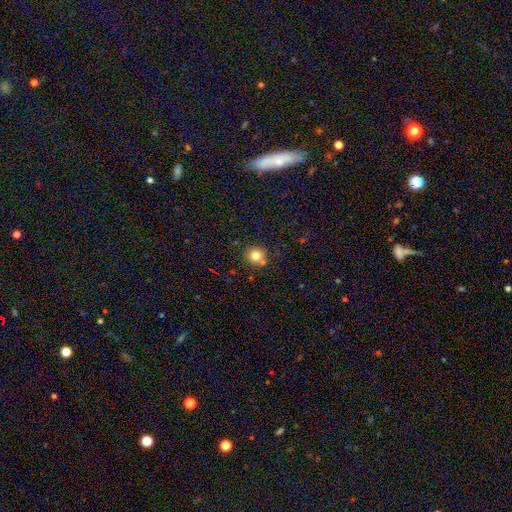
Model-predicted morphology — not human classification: A smooth galaxy with no disk features (78%) that is round (89%). Merging: none (73%).